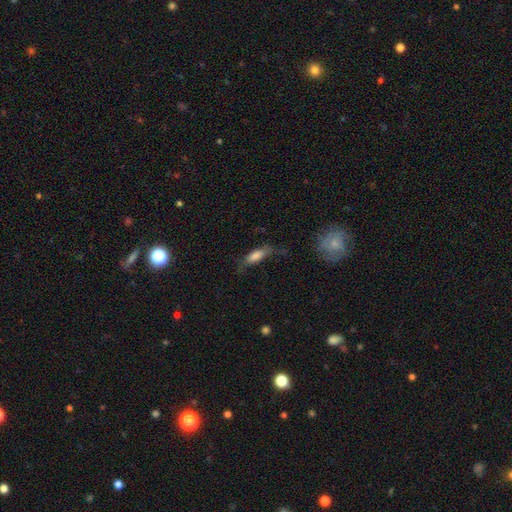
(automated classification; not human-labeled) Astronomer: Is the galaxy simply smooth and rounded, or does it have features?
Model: smooth — 73%.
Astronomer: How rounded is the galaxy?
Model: in between — 57% (runner-up: cigar-shaped, 41%).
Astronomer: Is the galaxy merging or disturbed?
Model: none — 56%.